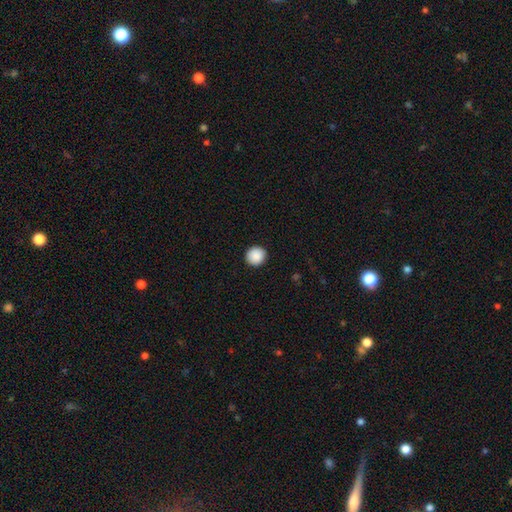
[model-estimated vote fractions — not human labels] Overall: smooth (89%). How rounded: round (93%). Merging: none (92%).